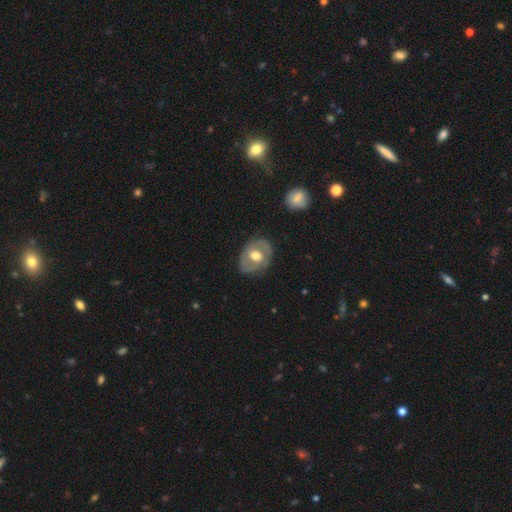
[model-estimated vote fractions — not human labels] This appears to be a featured or disk galaxy (62%) with no bar (61%), spiral arms (55%) and a moderate central bulge (71%). Merging: none (74%).